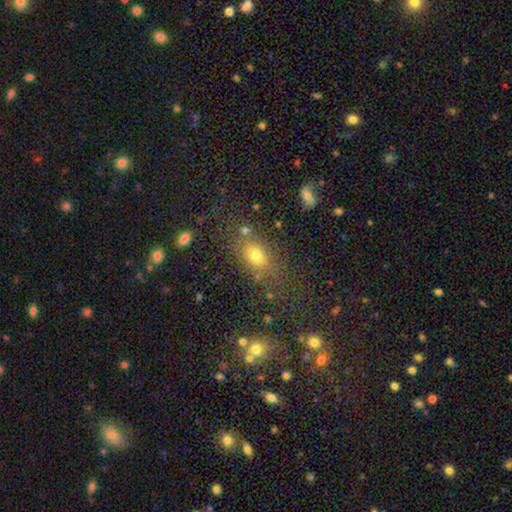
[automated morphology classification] Smooth or featured? smooth (71%)
How rounded? in between (69%)
Merging? none (70%)